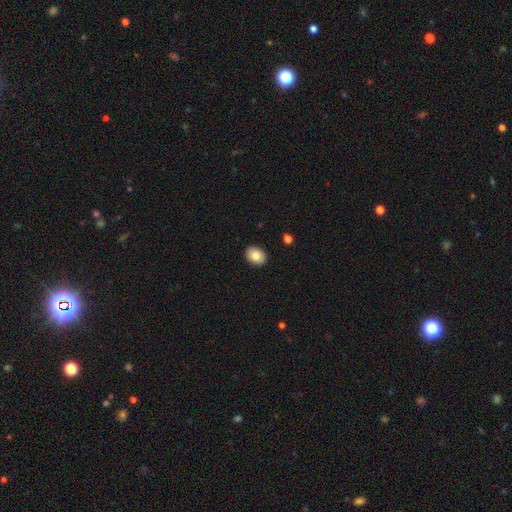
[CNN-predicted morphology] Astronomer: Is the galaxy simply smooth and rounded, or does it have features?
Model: smooth — 85%.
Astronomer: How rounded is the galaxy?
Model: in between — 68%.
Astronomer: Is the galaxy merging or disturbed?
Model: none — 91%.